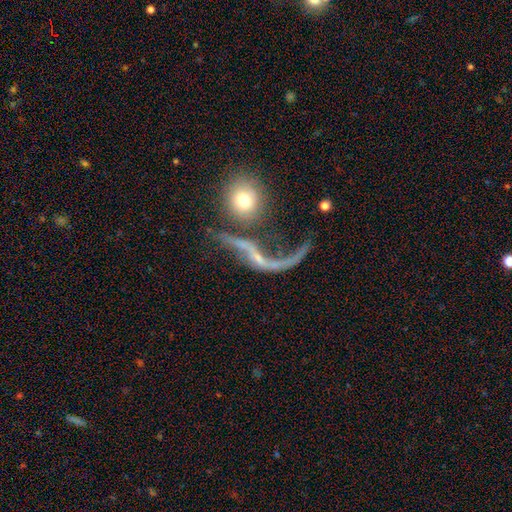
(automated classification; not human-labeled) The model was most divided on "merging": major disturbance: 37%, none: 30%, merger: 19%, minor disturbance: 14%. Remaining: spiral winding — loose (94%); edge-on disk — no (89%); spiral arm count — 2 (79%); spiral arms — yes (79%); smooth or featured — featured or disk (78%); bulge size — small (62%); bar — no (48%).